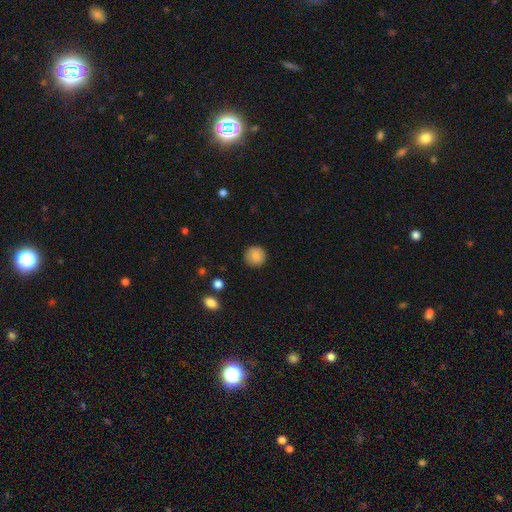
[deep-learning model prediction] This is clearly a smooth galaxy (88%). How rounded: clearly round (94%). Merging: clearly none (90%).